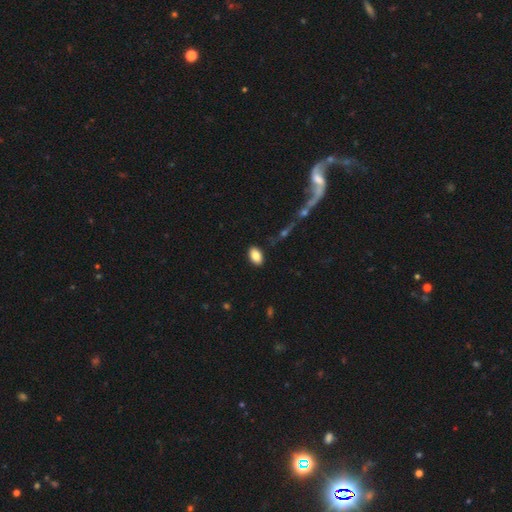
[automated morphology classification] The model was most divided on "smooth or featured": smooth: 84%, featured or disk: 8%, star or artifact: 8%. More confident: how rounded — in between (91%); merging — none (88%).